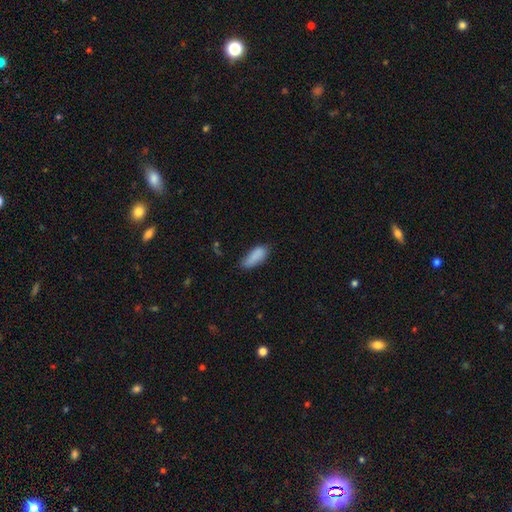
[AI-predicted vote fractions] Smooth or featured? Predicted: smooth (p=0.86). How rounded? Predicted: in between (p=0.73). Merging? Predicted: none (p=0.58).